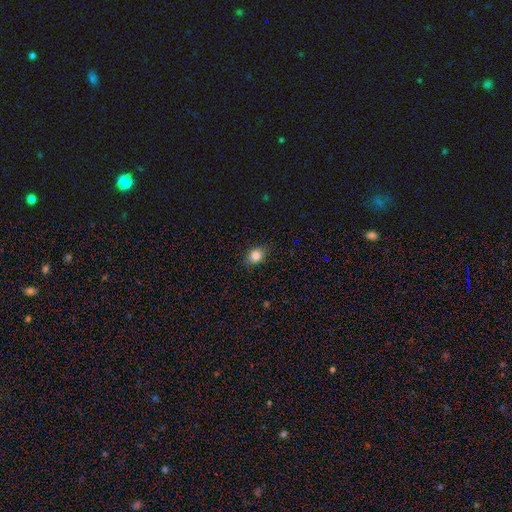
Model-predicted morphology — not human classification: A smooth galaxy with no disk features (83%) that is in between round and cigar-shaped (62%).

Vote fractions:
- Smooth or featured? smooth: 83% / star or artifact: 10% / featured or disk: 7%
- How rounded? in between: 62% / round: 36% / cigar-shaped: 2%
- Merging? none: 86% / minor disturbance: 10% / major disturbance: 2% / merger: 1%